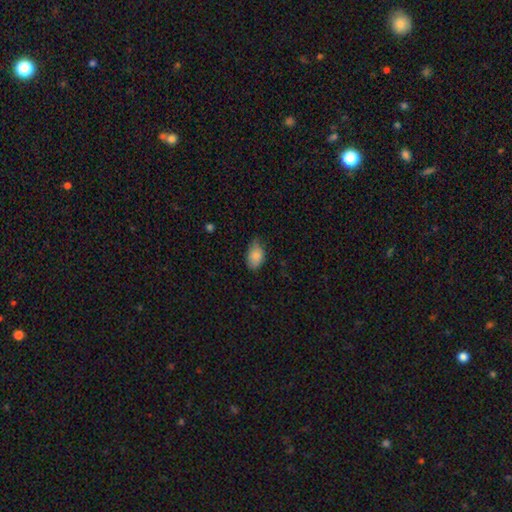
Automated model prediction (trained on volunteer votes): smooth 84%, featured or disk 8%, star or artifact 8%. Down the decision tree: how rounded — in between (88%); merging — none (56%).